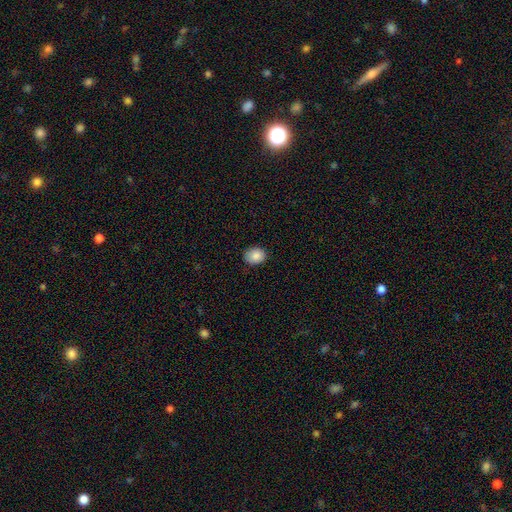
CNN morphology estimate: Smooth or featured: smooth — 87% (star or artifact — 8%)
How rounded: round — 53% (in between — 46%)
Merging: none — 85% (minor disturbance — 12%)